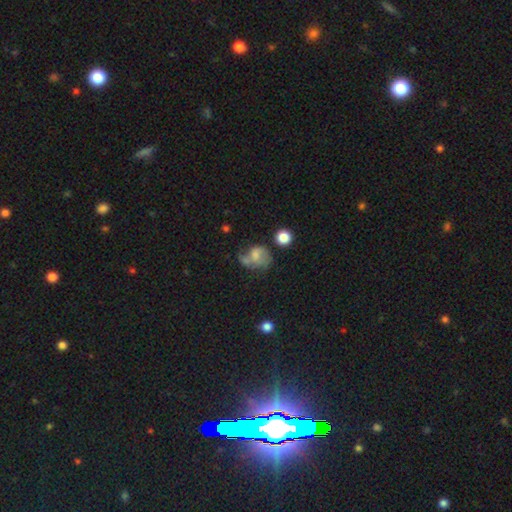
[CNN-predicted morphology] This appears to be a featured or disk galaxy (49%). Merging: major disturbance (34%).